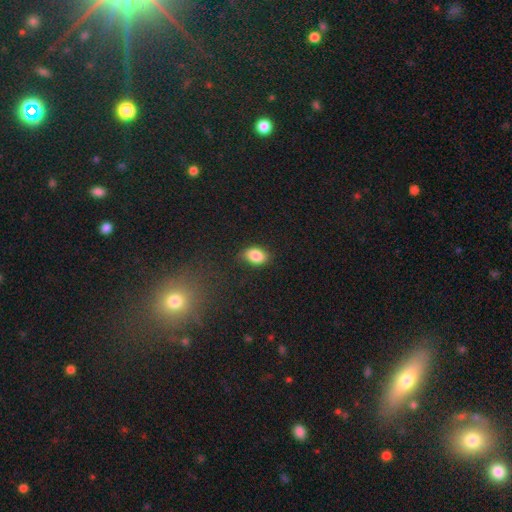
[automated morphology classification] The model was most divided on "merging": none: 76%, minor disturbance: 19%, major disturbance: 4%, merger: 2%. More confident: smooth or featured — smooth (85%); how rounded — in between (83%).